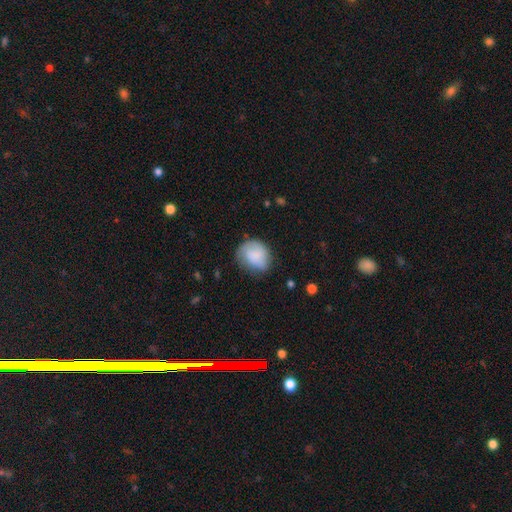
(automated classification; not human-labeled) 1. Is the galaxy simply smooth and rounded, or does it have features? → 78% smooth, 15% featured or disk, 7% star or artifact.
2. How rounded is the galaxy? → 64% round, 35% in between, 1% cigar-shaped.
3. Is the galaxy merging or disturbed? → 57% none, 30% minor disturbance, 11% major disturbance, 2% merger.